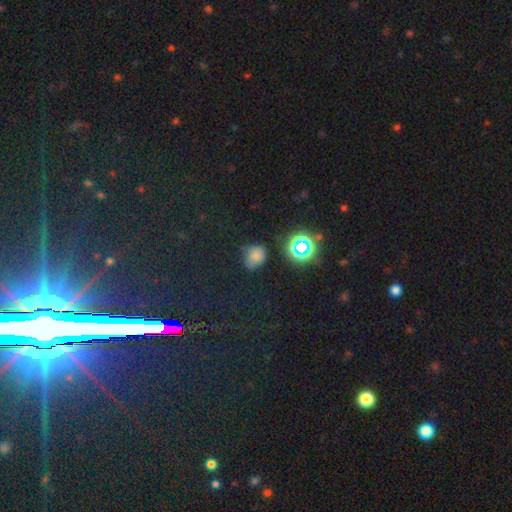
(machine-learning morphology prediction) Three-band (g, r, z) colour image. It shows a smooth galaxy with no disk features (62%) that is round (65%). Merging: none (62%).